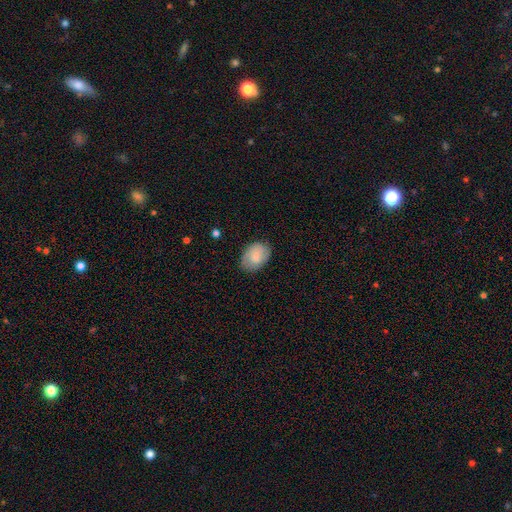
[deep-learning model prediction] smooth-or-featured: smooth: 76% | featured or disk: 17% | star or artifact: 7%
  how-rounded: in between: 78% | round: 21% | cigar-shaped: 1%
  merging: none: 76% | minor disturbance: 17% | major disturbance: 4% | merger: 2%